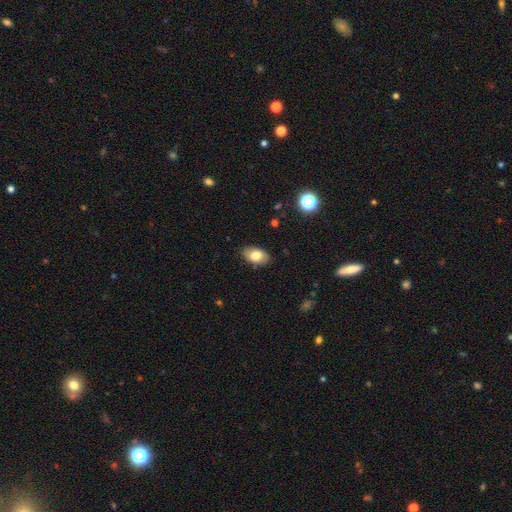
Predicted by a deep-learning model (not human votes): Smooth or featured? smooth (78%)
How rounded? in between (92%)
Merging? none (86%)